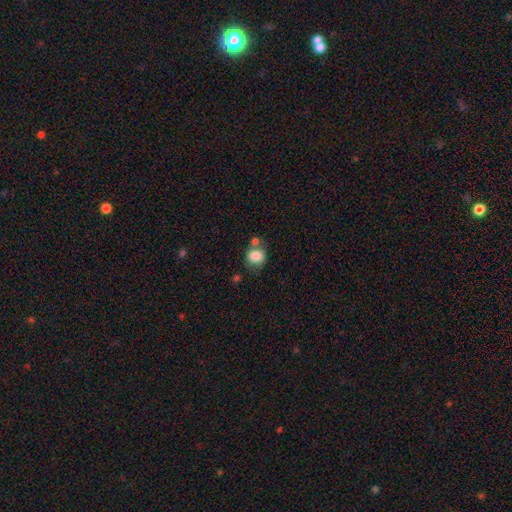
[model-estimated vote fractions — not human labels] smooth 83%, star or artifact 9%, featured or disk 8%. Down the decision tree: how rounded — round (69%); merging — none (54%).